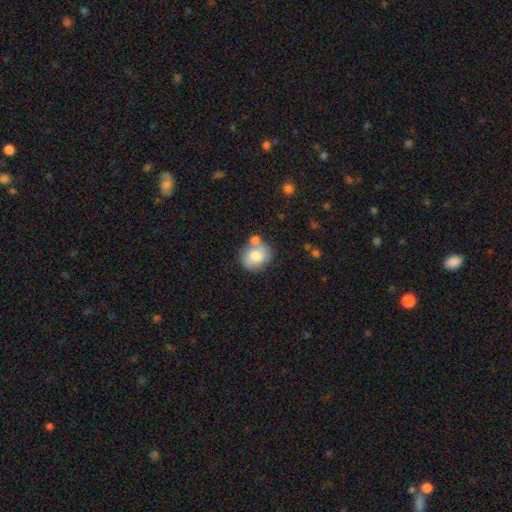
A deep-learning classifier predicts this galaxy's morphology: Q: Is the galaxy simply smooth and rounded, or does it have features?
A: smooth — 71%.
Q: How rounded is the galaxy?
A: round — 63%.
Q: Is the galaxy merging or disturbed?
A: none — 50%.